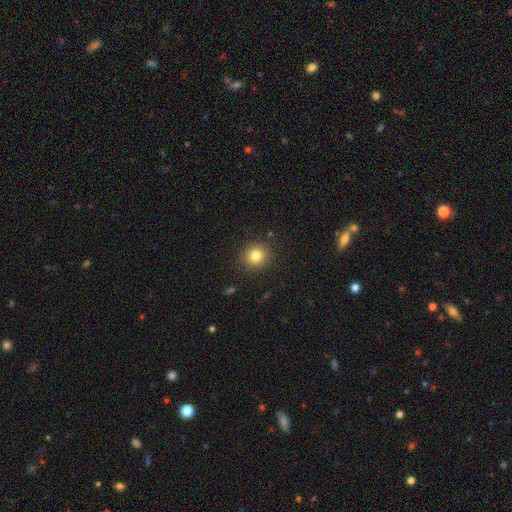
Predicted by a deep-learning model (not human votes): Smooth or featured? Predicted: smooth (p=0.81). How rounded? Predicted: round (p=0.85). Merging? Predicted: none (p=0.89).